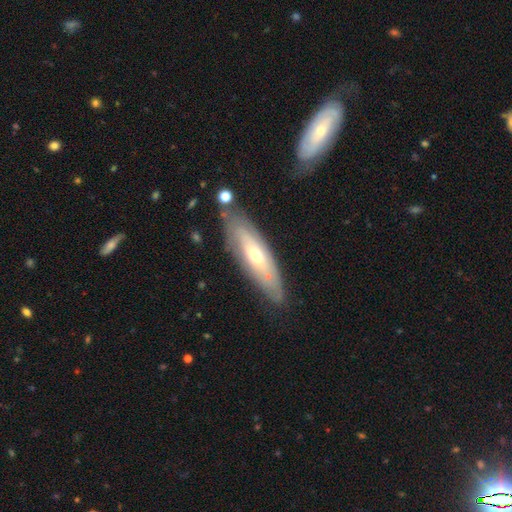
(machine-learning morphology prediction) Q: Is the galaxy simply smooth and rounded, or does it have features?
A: featured or disk — 54%.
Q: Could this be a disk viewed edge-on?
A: no — 59%.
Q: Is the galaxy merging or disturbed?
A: none — 75%.